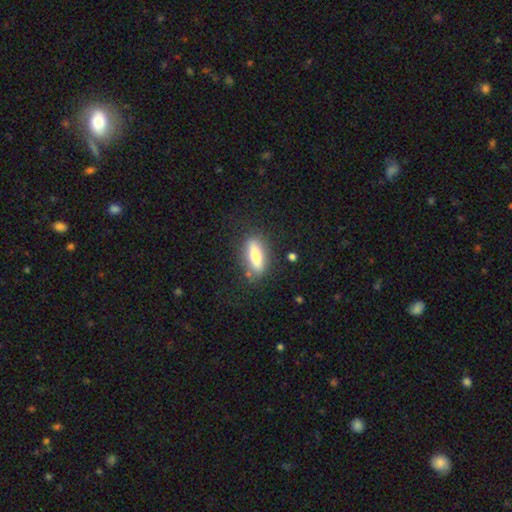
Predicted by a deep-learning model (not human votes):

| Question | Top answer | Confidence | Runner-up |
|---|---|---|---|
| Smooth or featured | smooth | 66% | featured or disk (27%) |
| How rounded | in between | 58% | cigar-shaped (39%) |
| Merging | none | 80% | minor disturbance (13%) |